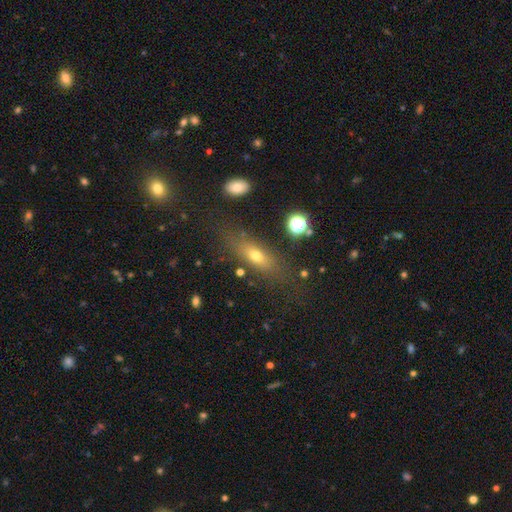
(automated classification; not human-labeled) A smooth galaxy with no disk features (62%) that is in between round and cigar-shaped (55%).

Vote fractions:
- Smooth or featured? smooth: 62% / featured or disk: 24% / star or artifact: 14%
- How rounded? in between: 55% / cigar-shaped: 38% / round: 7%
- Merging? none: 69% / minor disturbance: 16% / major disturbance: 10% / merger: 4%